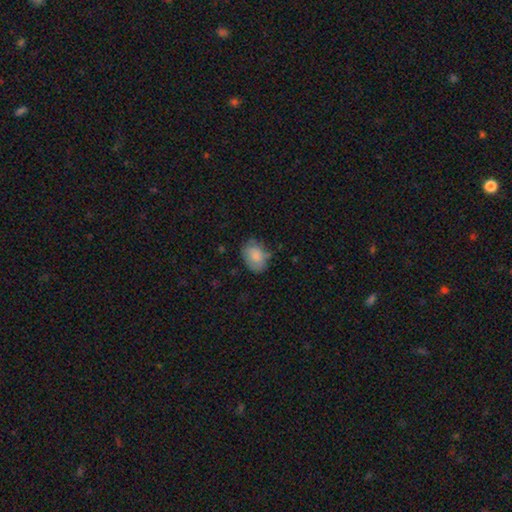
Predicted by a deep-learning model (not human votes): Smooth or featured?
  - smooth: 82% *
  - featured or disk: 11%
  - star or artifact: 7%
How rounded?
  - in between: 75% *
  - round: 24%
  - cigar-shaped: 1%
Merging?
  - none: 65% *
  - minor disturbance: 26%
  - major disturbance: 7%
  - merger: 2%